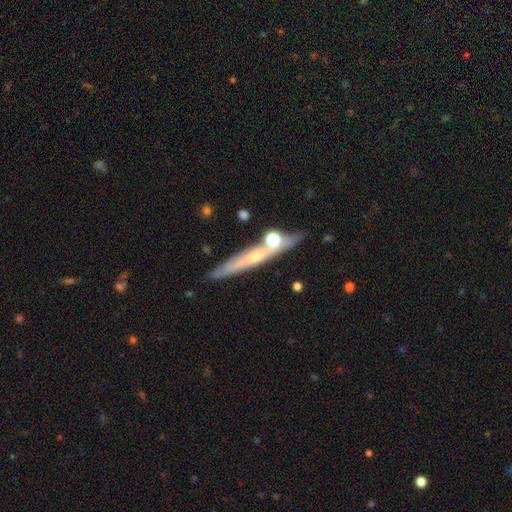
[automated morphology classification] A featured or disk galaxy (57%) viewed edge-on (89%) with a rounded central bulge (58%).

Vote fractions:
- Smooth or featured? featured or disk: 57% / smooth: 34% / star or artifact: 9%
- Edge-on disk? yes: 89% / no: 11%
- Edge-on bulge? rounded: 58% / none: 37% / boxy: 5%
- Merging? none: 73% / minor disturbance: 12% / merger: 11% / major disturbance: 4%